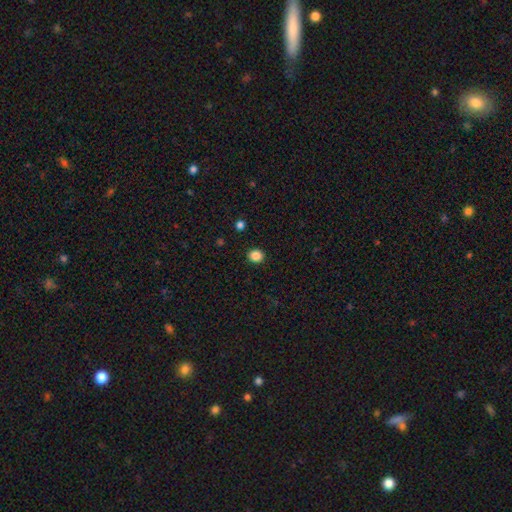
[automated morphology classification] A smooth galaxy with no disk features (86%) that is round (83%).

Vote fractions:
- Smooth or featured? smooth: 86% / star or artifact: 11% / featured or disk: 3%
- How rounded? round: 83% / in between: 16% / cigar-shaped: 1%
- Merging? none: 92% / minor disturbance: 5% / major disturbance: 2% / merger: 1%